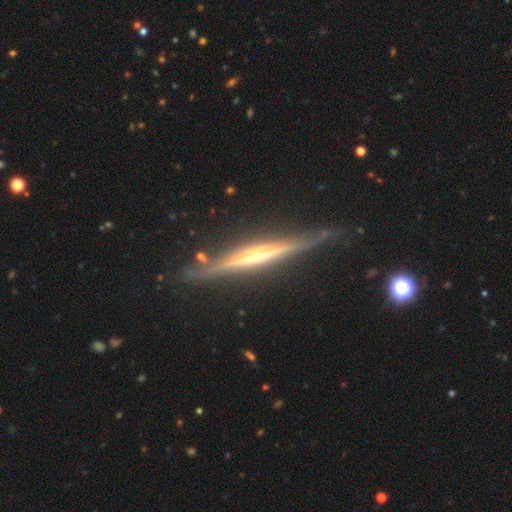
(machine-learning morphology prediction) Smooth or featured: featured or disk — 86% (smooth — 8%)
Edge-on disk: yes — 97% (no — 3%)
Edge-on bulge: rounded — 58% (none — 31%)
Merging: none — 81% (minor disturbance — 14%)